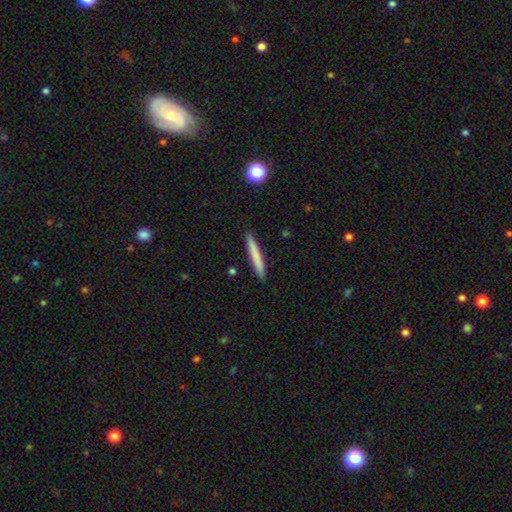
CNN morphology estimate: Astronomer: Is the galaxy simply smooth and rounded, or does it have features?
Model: smooth — 76%.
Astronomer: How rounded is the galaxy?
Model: cigar-shaped — 96%.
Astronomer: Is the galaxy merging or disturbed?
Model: none — 91%.